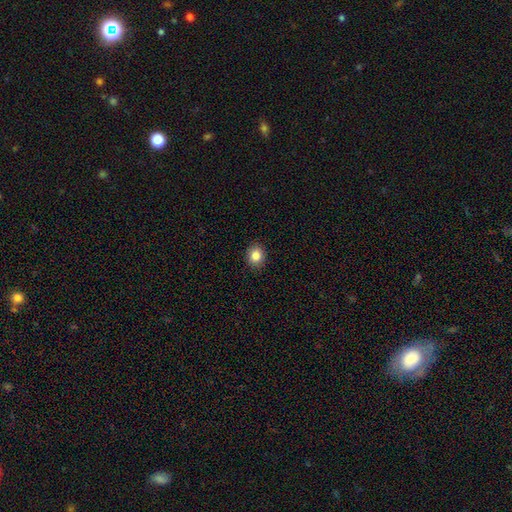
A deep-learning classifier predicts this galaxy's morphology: This appears to be a smooth galaxy with no disk features (83%) that is round (69%). Merging: none (91%).